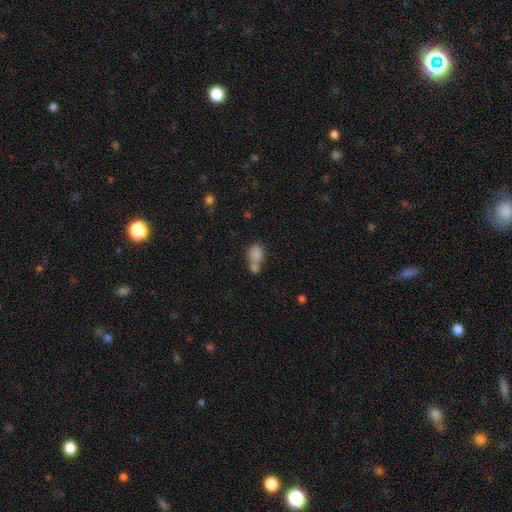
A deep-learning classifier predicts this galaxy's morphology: This appears to be a smooth galaxy with no disk features (81%) that is in between round and cigar-shaped (70%). Merging: merger (55%).